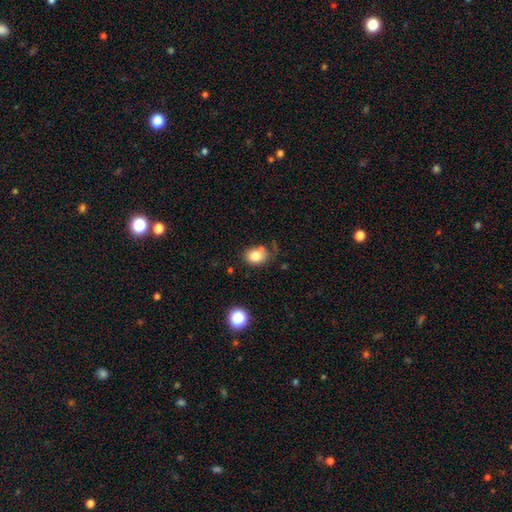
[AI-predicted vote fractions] Q: Smooth or featured?
A: smooth (80%); runner-up: star or artifact (10%)
Q: How rounded?
A: round (50%); runner-up: in between (49%)
Q: Merging?
A: none (58%); runner-up: minor disturbance (20%)